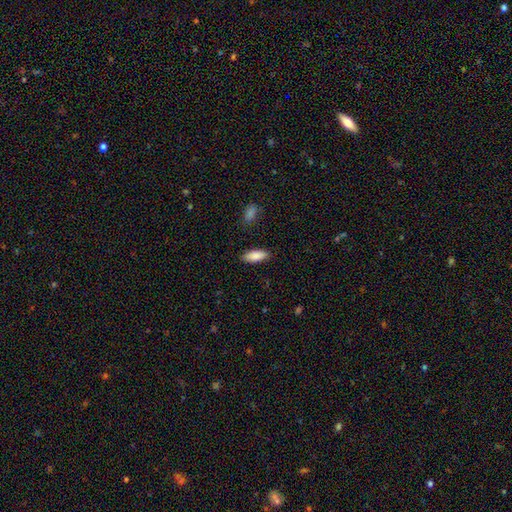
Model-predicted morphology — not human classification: A smooth galaxy with no disk features (87%) that is in between round and cigar-shaped (75%).

Vote fractions:
- Smooth or featured? smooth: 87% / featured or disk: 7% / star or artifact: 6%
- How rounded? in between: 75% / cigar-shaped: 23% / round: 2%
- Merging? none: 87% / minor disturbance: 9% / major disturbance: 2% / merger: 2%